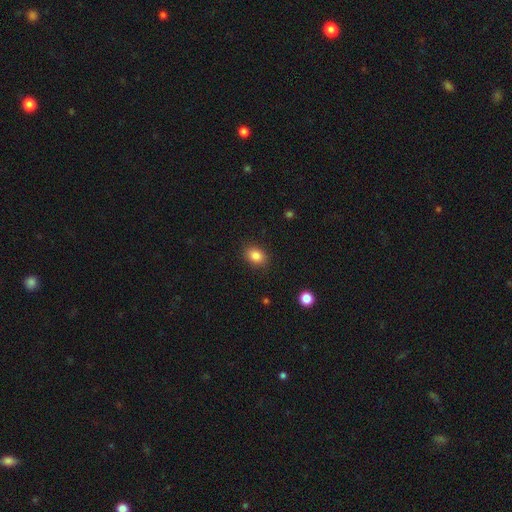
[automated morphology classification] Smooth or featured? Predicted: smooth (p=0.85). How rounded? Predicted: in between (p=0.65). Merging? Predicted: none (p=0.88).